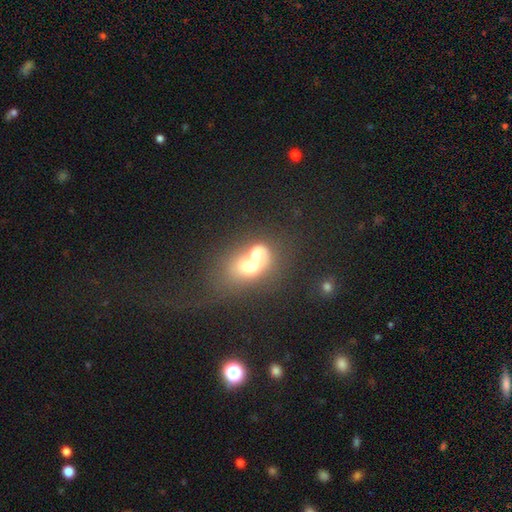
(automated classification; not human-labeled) smooth_or_featured: smooth (p=0.54) [alt: featured or disk p=0.36]
how_rounded: in between (p=0.54) [alt: round p=0.45]
merging: merger (p=0.78) [alt: none p=0.11]